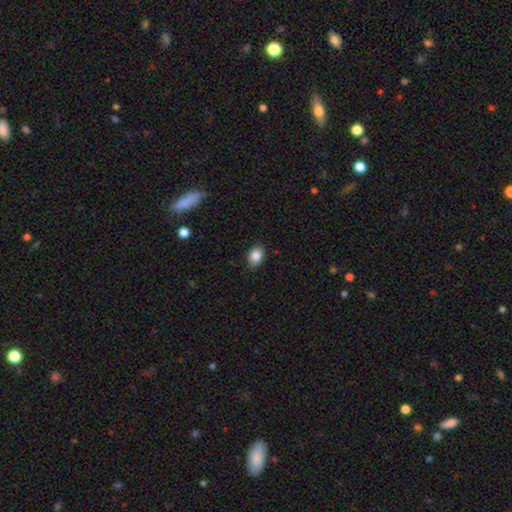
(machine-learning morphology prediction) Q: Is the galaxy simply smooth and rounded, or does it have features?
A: smooth — 87%.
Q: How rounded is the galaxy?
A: in between — 76%.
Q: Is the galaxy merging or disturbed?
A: none — 87%.